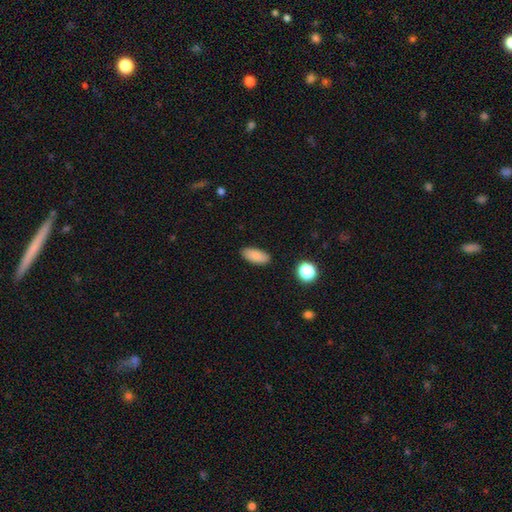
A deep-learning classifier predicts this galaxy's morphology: Overall: smooth (87%). How rounded: in between (88%). Merging: none (87%).